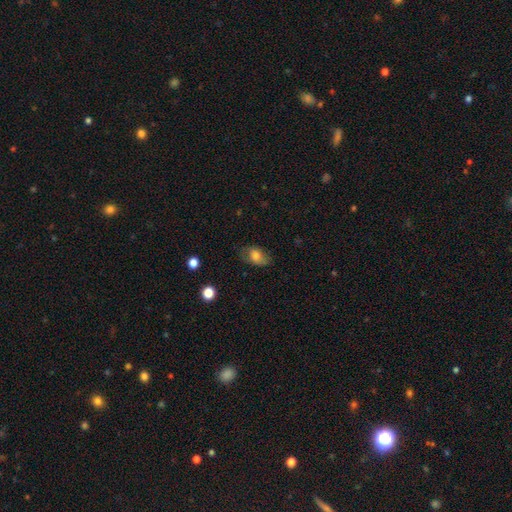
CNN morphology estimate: Q: Smooth or featured?
A: smooth (73%); runner-up: featured or disk (18%)
Q: How rounded?
A: in between (85%); runner-up: round (13%)
Q: Merging?
A: none (66%); runner-up: minor disturbance (24%)